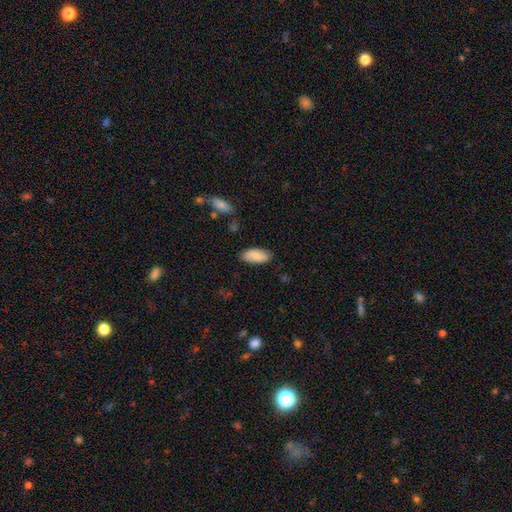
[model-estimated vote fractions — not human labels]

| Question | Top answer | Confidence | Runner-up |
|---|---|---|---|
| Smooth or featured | smooth | 83% | featured or disk (10%) |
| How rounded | in between | 89% | cigar-shaped (9%) |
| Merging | none | 83% | minor disturbance (12%) |